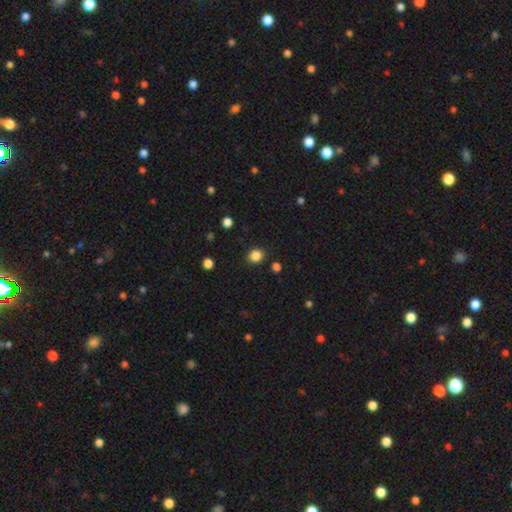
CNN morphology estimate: Smooth or featured? smooth (85%)
How rounded? round (79%)
Merging? none (88%)